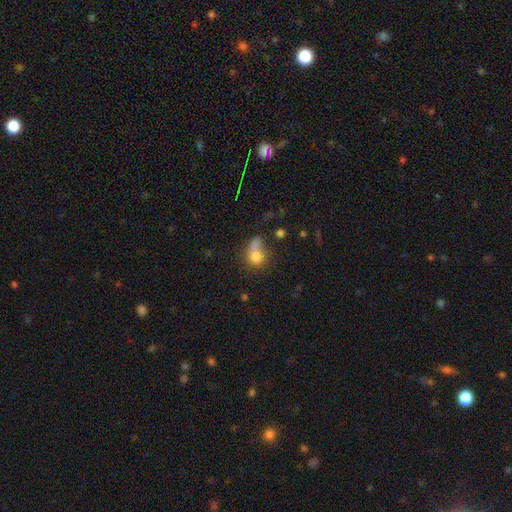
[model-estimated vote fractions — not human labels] smooth 75%, featured or disk 13%, star or artifact 12%. Down the decision tree: how rounded — round (64%); merging — merger (41%).